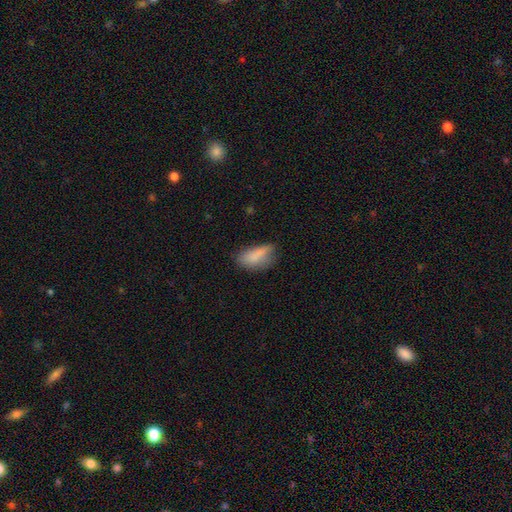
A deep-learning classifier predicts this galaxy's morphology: This appears to be a smooth galaxy with no disk features (82%) that is in between round and cigar-shaped (87%). Merging: none (50%).